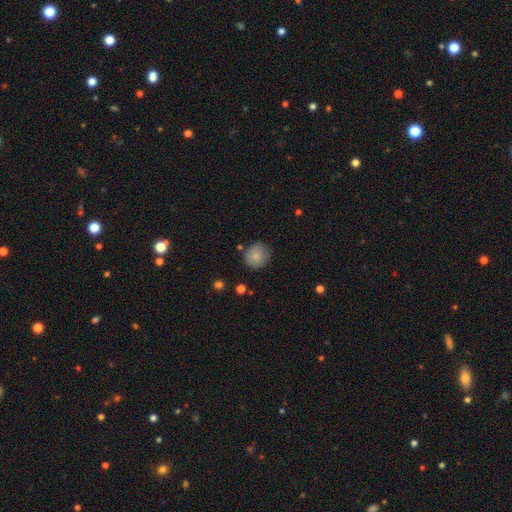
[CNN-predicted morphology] smooth 82%, featured or disk 10%, star or artifact 8%. Down the decision tree: how rounded — round (87%); merging — none (81%).